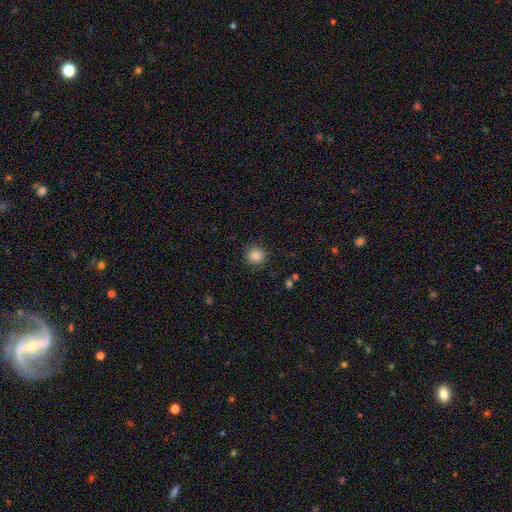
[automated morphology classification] Q: Smooth or featured?
A: smooth (84%); runner-up: star or artifact (10%)
Q: How rounded?
A: round (92%); runner-up: in between (7%)
Q: Merging?
A: none (88%); runner-up: minor disturbance (8%)